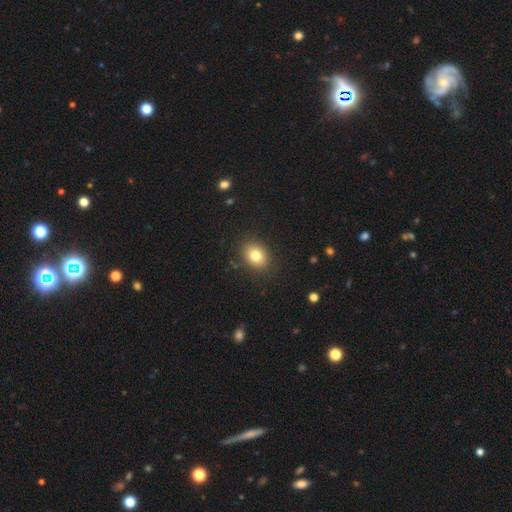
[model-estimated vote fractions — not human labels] A smooth galaxy with no disk features (80%) that is in between round and cigar-shaped (54%). Merging: none (87%).